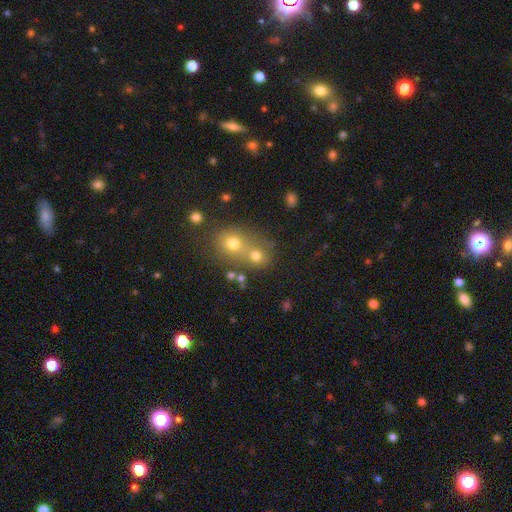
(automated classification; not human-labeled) Smooth or featured: smooth — 72% (star or artifact — 16%)
How rounded: round — 77% (in between — 22%)
Merging: merger — 51% (none — 38%)